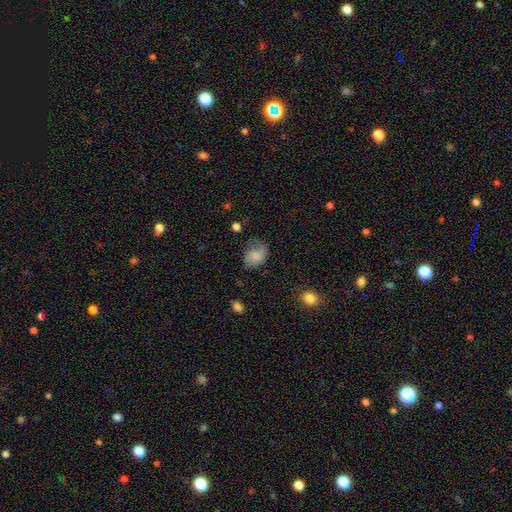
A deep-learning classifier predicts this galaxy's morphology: Smooth or featured? smooth (65%)
How rounded? in between (54%)
Merging? none (49%)